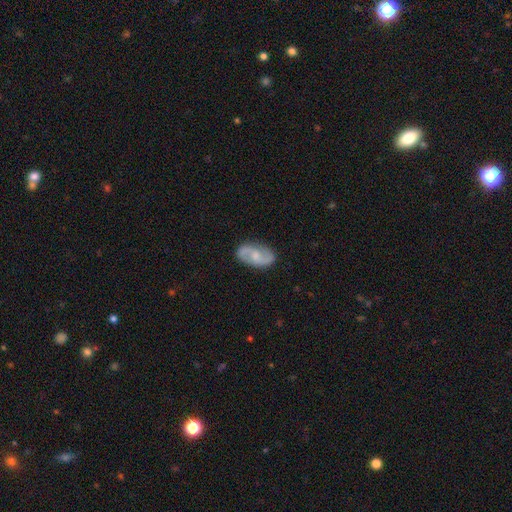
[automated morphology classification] This appears to be a featured or disk galaxy (74%) with no bar (46%), 2 (91%) medium (48%) spiral arms (93%) and a moderate central bulge (43%). Merging: none (83%).